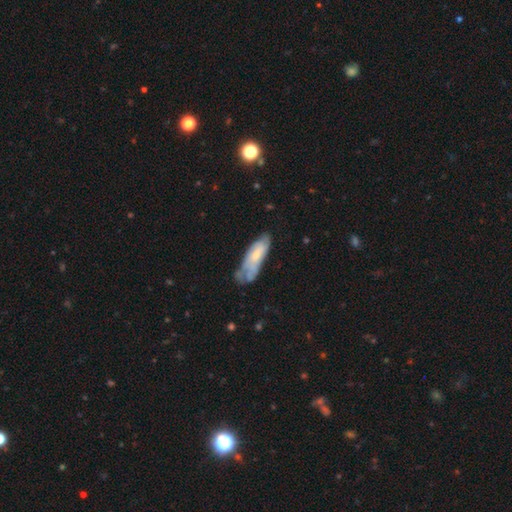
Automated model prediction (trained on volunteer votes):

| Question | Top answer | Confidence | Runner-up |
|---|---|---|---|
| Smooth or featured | smooth | 52% | featured or disk (41%) |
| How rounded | in between | 61% | cigar-shaped (37%) |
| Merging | none | 42% | minor disturbance (33%) |